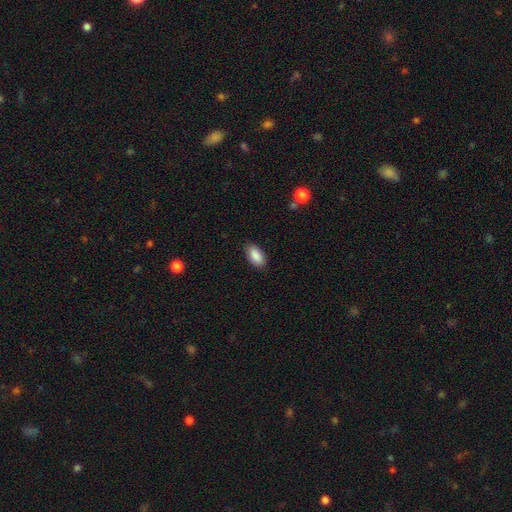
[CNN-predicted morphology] This appears to be a smooth galaxy with no disk features (89%) that is in between round and cigar-shaped (92%). Merging: none (87%).